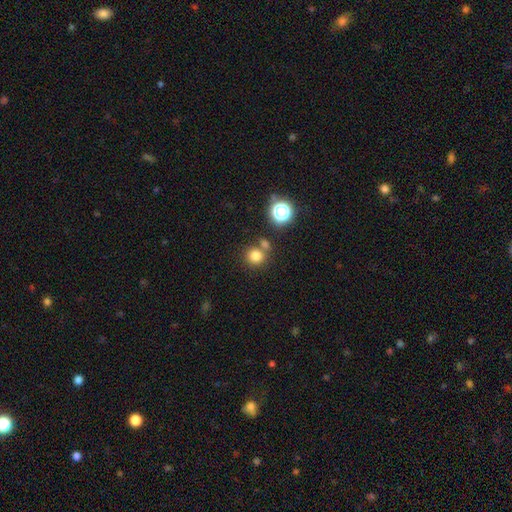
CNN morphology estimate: Smooth or featured?
  - smooth: 78% *
  - star or artifact: 15%
  - featured or disk: 6%
How rounded?
  - round: 90% *
  - in between: 9%
  - cigar-shaped: 1%
Merging?
  - none: 68% *
  - merger: 20%
  - minor disturbance: 8%
  - major disturbance: 3%